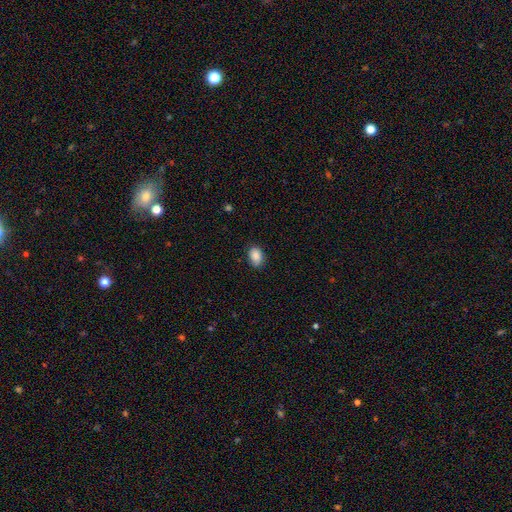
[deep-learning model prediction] smooth_or_featured: smooth (p=0.88) [alt: star or artifact p=0.08]
how_rounded: in between (p=0.78) [alt: round p=0.21]
merging: none (p=0.83) [alt: minor disturbance p=0.14]